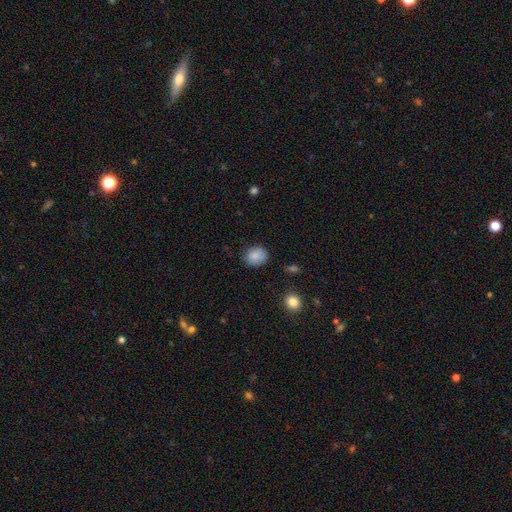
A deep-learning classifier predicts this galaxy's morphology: Smooth or featured: smooth — 87% (star or artifact — 8%)
How rounded: in between — 50% (round — 49%)
Merging: none — 81% (minor disturbance — 14%)